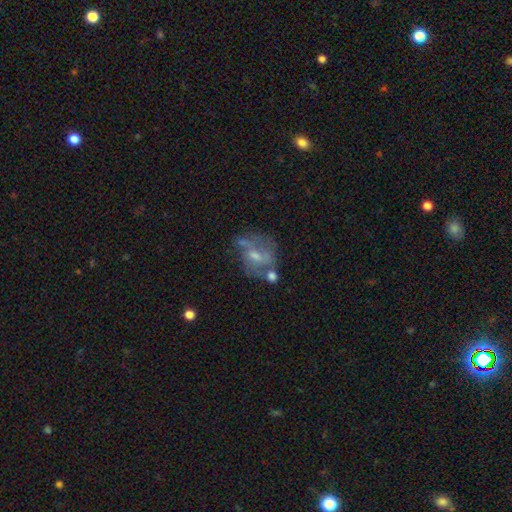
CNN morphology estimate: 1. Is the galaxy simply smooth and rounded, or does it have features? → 63% featured or disk, 25% smooth, 13% star or artifact.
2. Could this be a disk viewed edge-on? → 96% no, 4% yes.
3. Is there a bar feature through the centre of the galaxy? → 47% no, 40% weak, 13% strong.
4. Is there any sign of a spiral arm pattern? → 56% yes, 44% no.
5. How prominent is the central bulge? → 46% small, 44% moderate, 7% none, 3% large, 1% dominant.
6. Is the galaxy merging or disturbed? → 46% none, 20% minor disturbance, 18% merger, 17% major disturbance.